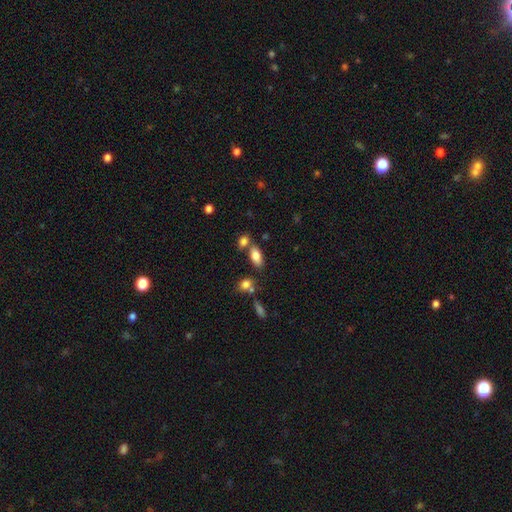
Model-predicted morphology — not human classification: Smooth or featured?
  - smooth: 81% *
  - featured or disk: 10%
  - star or artifact: 8%
How rounded?
  - in between: 88% *
  - cigar-shaped: 7%
  - round: 4%
Merging?
  - none: 60% *
  - merger: 25%
  - minor disturbance: 12%
  - major disturbance: 4%